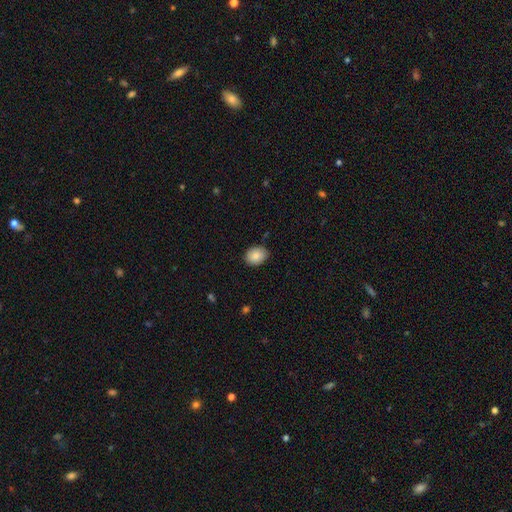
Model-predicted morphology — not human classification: This appears to be a smooth galaxy with no disk features (87%) that is in between round and cigar-shaped (60%). Merging: none (83%).